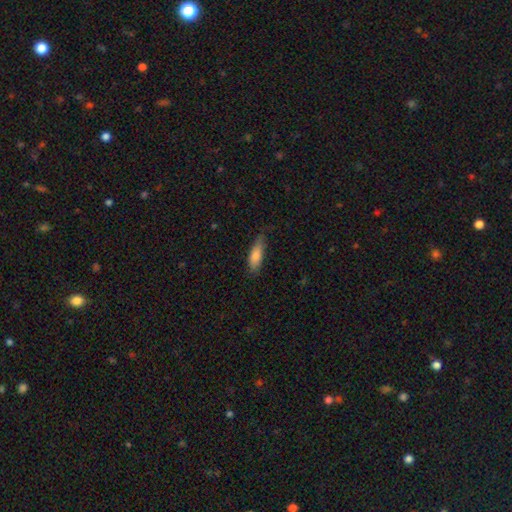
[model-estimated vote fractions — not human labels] Morphology: type=smooth (81%); roundness=in between (55%); merging=none (67%).